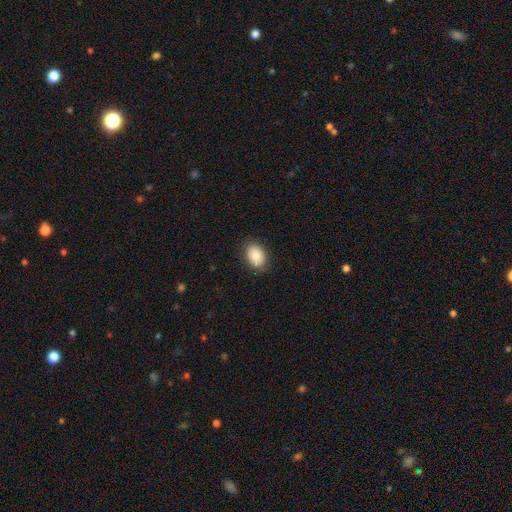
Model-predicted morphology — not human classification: Q: Smooth or featured?
A: smooth (84%); runner-up: featured or disk (8%)
Q: How rounded?
A: in between (78%); runner-up: round (21%)
Q: Merging?
A: none (86%); runner-up: minor disturbance (11%)